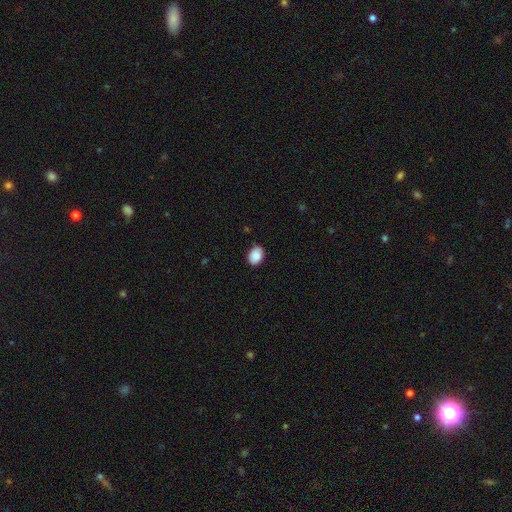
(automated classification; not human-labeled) Q: Smooth or featured?
A: smooth (88%); runner-up: star or artifact (7%)
Q: How rounded?
A: in between (72%); runner-up: round (27%)
Q: Merging?
A: none (85%); runner-up: minor disturbance (12%)